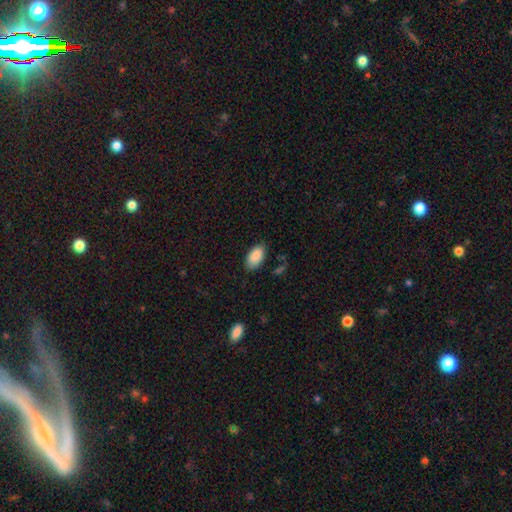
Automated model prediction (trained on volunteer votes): Smooth or featured? Predicted: smooth (p=0.89). How rounded? Predicted: in between (p=0.95). Merging? Predicted: none (p=0.80).